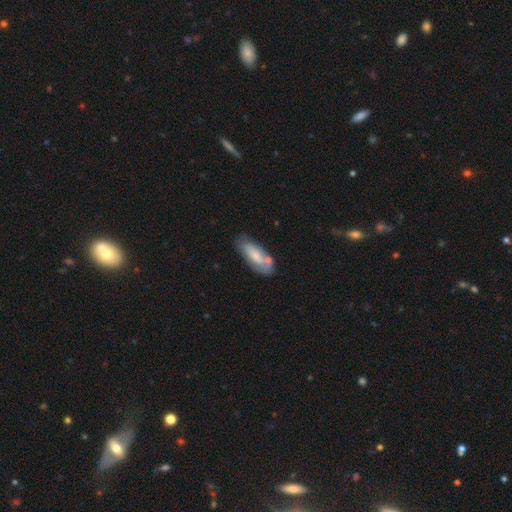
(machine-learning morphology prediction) A smooth galaxy with no disk features (63%) that is in between round and cigar-shaped (78%). Merging: none (59%).